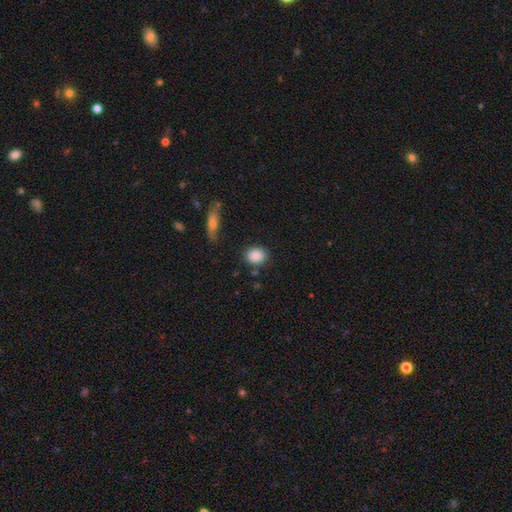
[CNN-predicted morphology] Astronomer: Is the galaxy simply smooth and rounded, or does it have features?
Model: smooth — 88%.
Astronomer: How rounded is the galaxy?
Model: round — 56% (runner-up: in between, 43%).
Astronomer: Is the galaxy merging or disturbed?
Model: none — 81%.